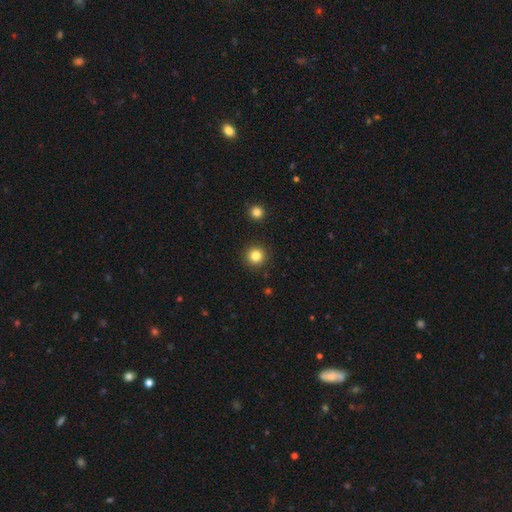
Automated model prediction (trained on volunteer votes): Overall: smooth (83%). How rounded: round (95%). Merging: none (92%).